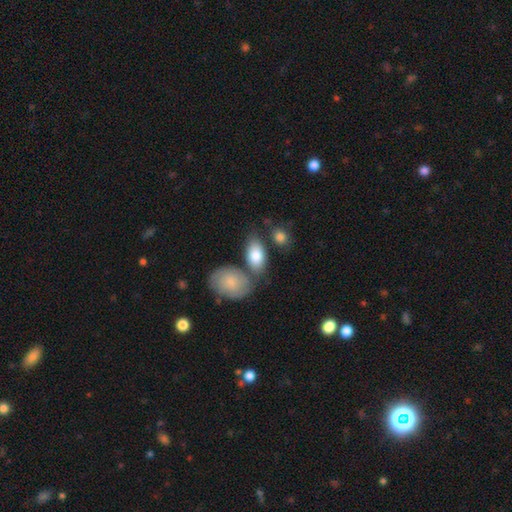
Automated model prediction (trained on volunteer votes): Smooth or featured?
  - smooth: 81% *
  - featured or disk: 14%
  - star or artifact: 5%
How rounded?
  - in between: 92% *
  - round: 6%
  - cigar-shaped: 2%
Merging?
  - none: 57% *
  - merger: 22%
  - minor disturbance: 16%
  - major disturbance: 5%